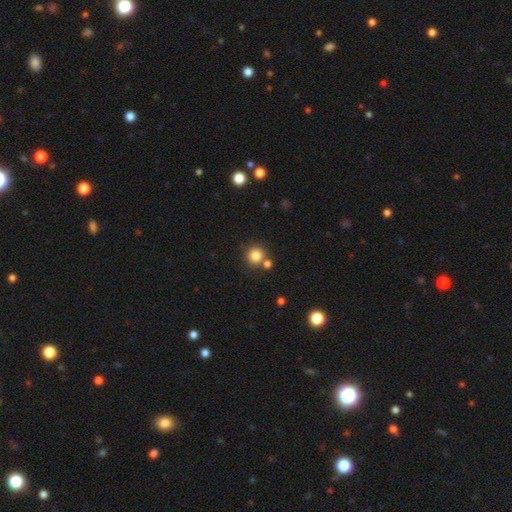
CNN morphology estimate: Overall: smooth (83%). How rounded: round (93%). Merging: none (74%).